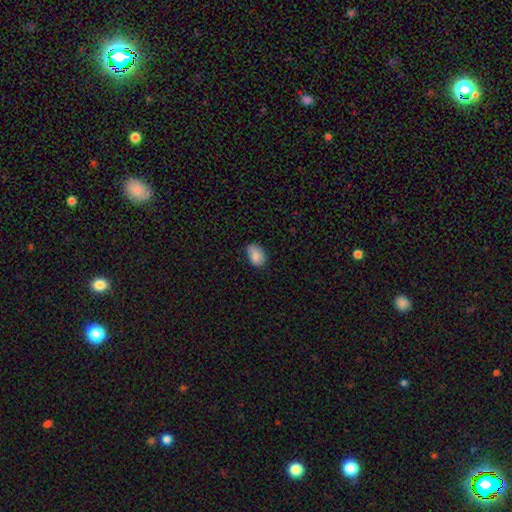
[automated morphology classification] This appears to be a smooth galaxy with no disk features (84%) that is in between round and cigar-shaped (85%). Merging: none (63%).